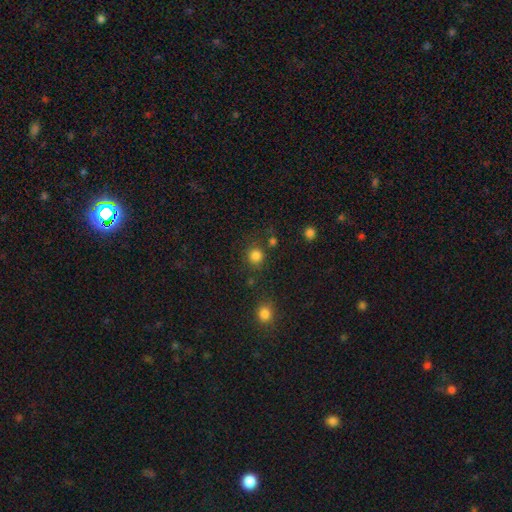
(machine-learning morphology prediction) smooth_or_featured: smooth (p=0.82) [alt: star or artifact p=0.14]
how_rounded: round (p=0.91) [alt: in between p=0.08]
merging: none (p=0.79) [alt: minor disturbance p=0.09]